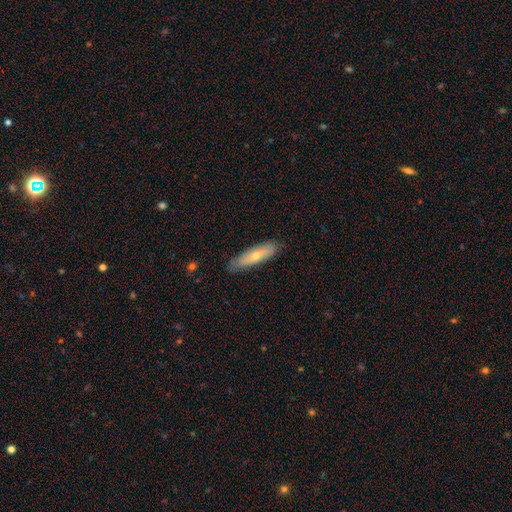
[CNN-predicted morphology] Smooth or featured: smooth — 59% (featured or disk — 35%)
How rounded: cigar-shaped — 65% (in between — 33%)
Merging: none — 80% (minor disturbance — 16%)